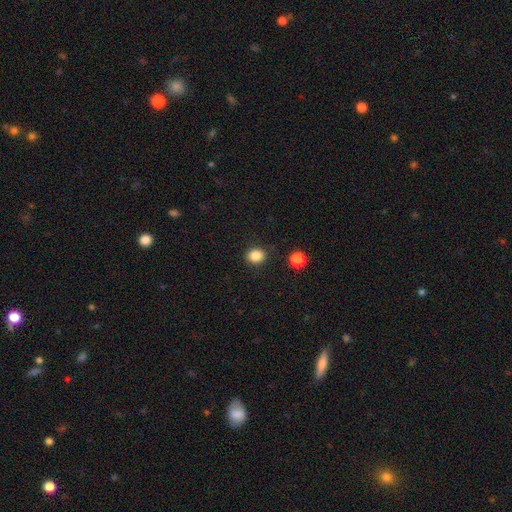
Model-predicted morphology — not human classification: A smooth galaxy with no disk features (85%) that is round (65%). Merging: none (87%).